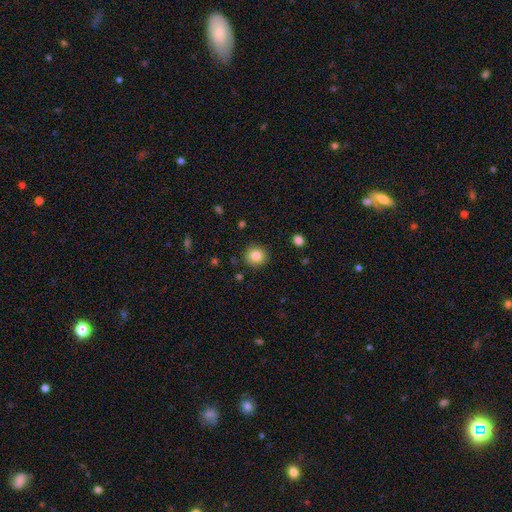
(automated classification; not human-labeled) The model was most divided on "smooth or featured": smooth: 85%, star or artifact: 10%, featured or disk: 5%. More confident: how rounded — round (90%); merging — none (89%).